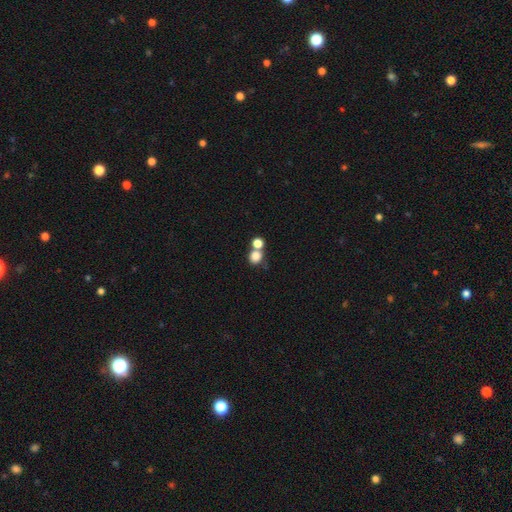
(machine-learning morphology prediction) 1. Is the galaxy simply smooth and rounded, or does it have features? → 80% smooth, 13% star or artifact, 8% featured or disk.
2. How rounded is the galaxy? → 79% round, 20% in between, 1% cigar-shaped.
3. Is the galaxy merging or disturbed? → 47% none, 41% merger, 8% minor disturbance, 4% major disturbance.